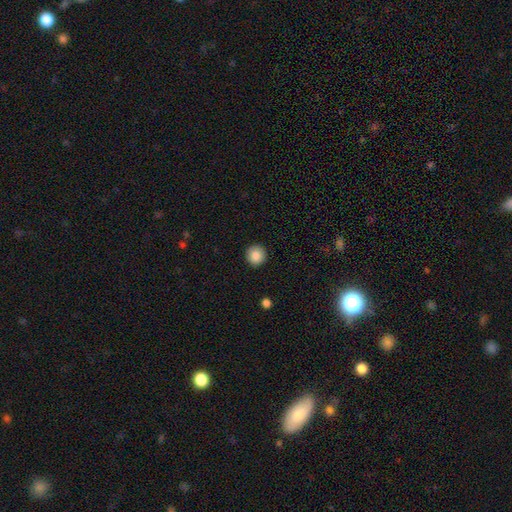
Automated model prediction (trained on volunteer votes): smooth-or-featured: smooth: 87% | star or artifact: 9% | featured or disk: 4%
  how-rounded: round: 95% | in between: 4% | cigar-shaped: 1%
  merging: none: 92% | minor disturbance: 5% | major disturbance: 2% | merger: 1%